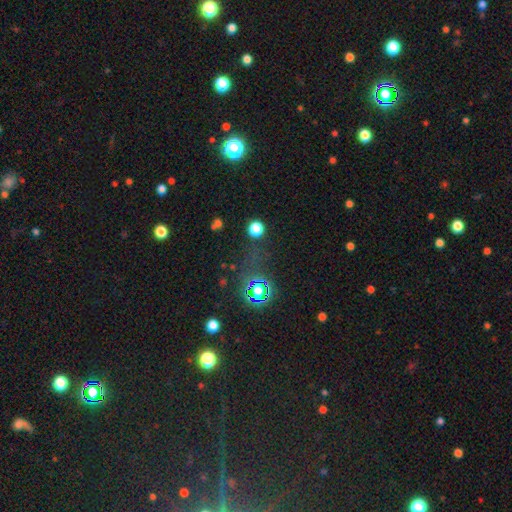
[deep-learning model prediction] A star or artifact, not a galaxy (71%).